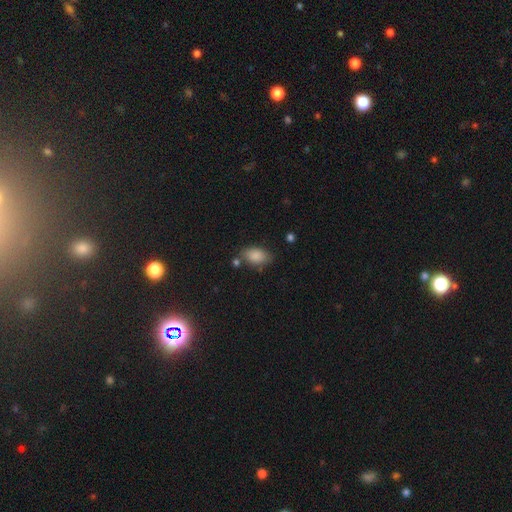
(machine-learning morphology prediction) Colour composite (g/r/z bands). It shows a smooth galaxy with no disk features (87%) that is in between round and cigar-shaped (91%). Merging: none (71%).